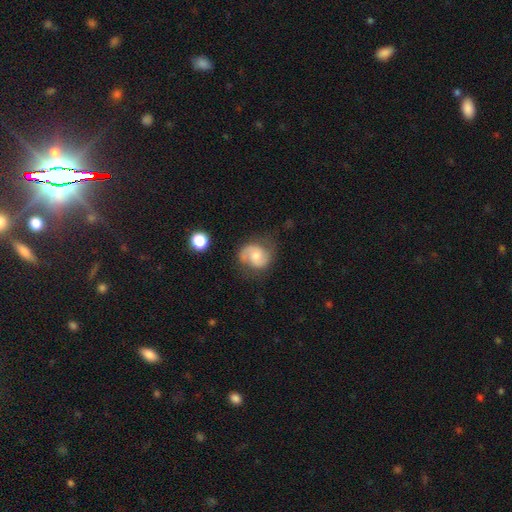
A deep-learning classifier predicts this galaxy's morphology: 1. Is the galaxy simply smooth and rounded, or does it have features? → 59% featured or disk, 33% smooth, 8% star or artifact.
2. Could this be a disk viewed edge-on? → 98% no, 2% yes.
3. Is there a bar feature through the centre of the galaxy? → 62% no, 33% weak, 6% strong.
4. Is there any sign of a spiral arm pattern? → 89% yes, 11% no.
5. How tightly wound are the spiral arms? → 47% medium, 31% loose, 22% tight.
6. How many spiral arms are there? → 79% 2, 10% 1, 8% can't tell, 1% 3, 1% 4, 1% more than 4.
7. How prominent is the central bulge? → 53% moderate, 31% small, 9% large, 6% none, 2% dominant.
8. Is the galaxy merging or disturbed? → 55% none, 27% minor disturbance, 15% major disturbance, 3% merger.